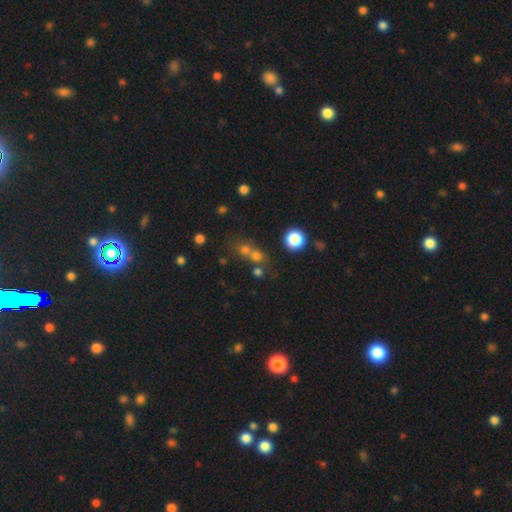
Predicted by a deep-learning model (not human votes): smooth_or_featured: smooth (p=0.67) [alt: star or artifact p=0.22]
how_rounded: round (p=0.84) [alt: in between p=0.15]
merging: none (p=0.47) [alt: merger p=0.41]